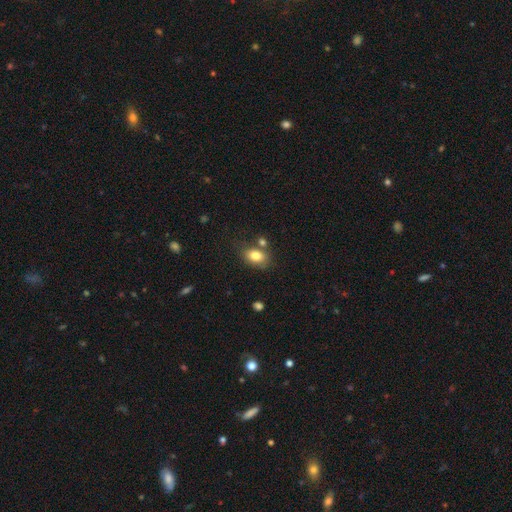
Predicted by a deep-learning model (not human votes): A smooth galaxy with no disk features (82%) that is in between round and cigar-shaped (77%).

Vote fractions:
- Smooth or featured? smooth: 82% / featured or disk: 9% / star or artifact: 9%
- How rounded? in between: 77% / round: 22% / cigar-shaped: 1%
- Merging? none: 66% / minor disturbance: 16% / merger: 14% / major disturbance: 5%